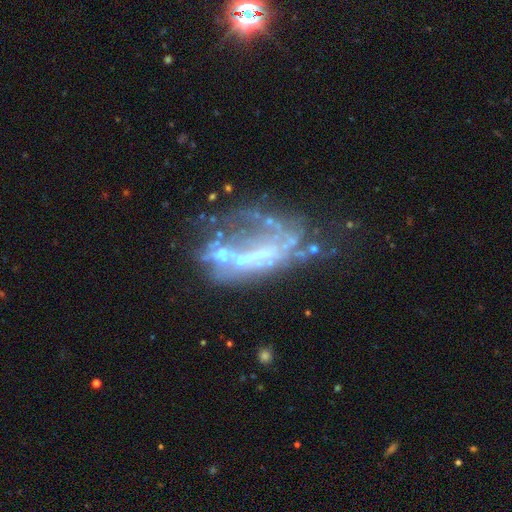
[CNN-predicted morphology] Smooth or featured?
  - featured or disk: 70% *
  - star or artifact: 16%
  - smooth: 14%
Edge-on disk?
  - no: 93% *
  - yes: 7%
Bar?
  - no: 60% *
  - weak: 21%
  - strong: 18%
Spiral arms?
  - no: 75% *
  - yes: 25%
Bulge size?
  - none: 50% *
  - small: 29%
  - moderate: 17%
  - large: 3%
  - dominant: 2%
Merging?
  - major disturbance: 36% *
  - none: 29%
  - merger: 20%
  - minor disturbance: 16%